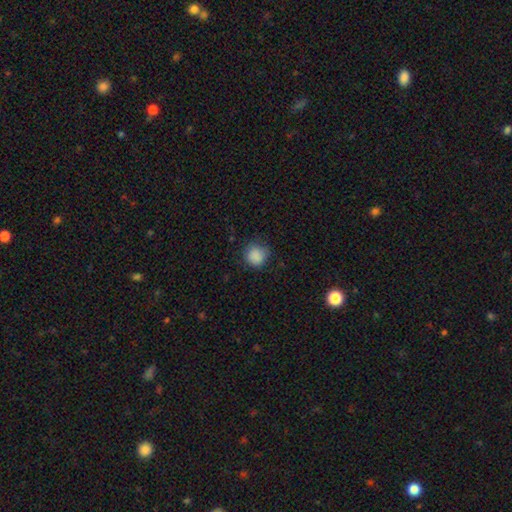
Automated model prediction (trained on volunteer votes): smooth 87%, star or artifact 9%, featured or disk 4%. Down the decision tree: how rounded — round (86%); merging — none (74%).